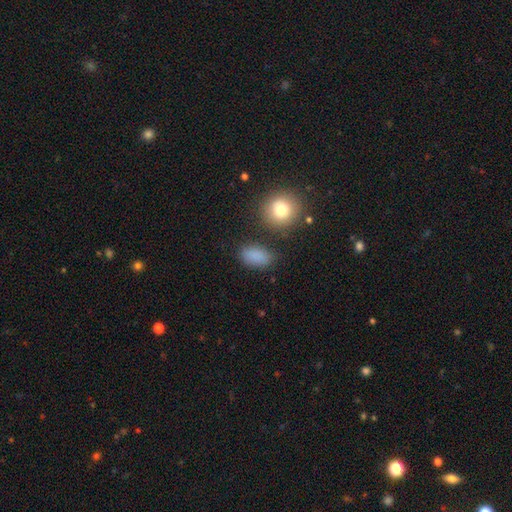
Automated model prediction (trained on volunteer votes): smooth 85%, star or artifact 10%, featured or disk 5%. Down the decision tree: how rounded — in between (87%); merging — none (78%).